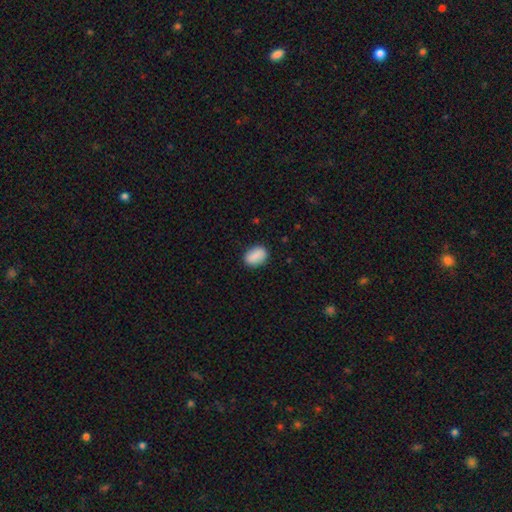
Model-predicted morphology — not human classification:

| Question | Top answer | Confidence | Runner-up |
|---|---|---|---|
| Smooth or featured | smooth | 86% | star or artifact (7%) |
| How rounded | in between | 81% | round (18%) |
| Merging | none | 86% | minor disturbance (10%) |